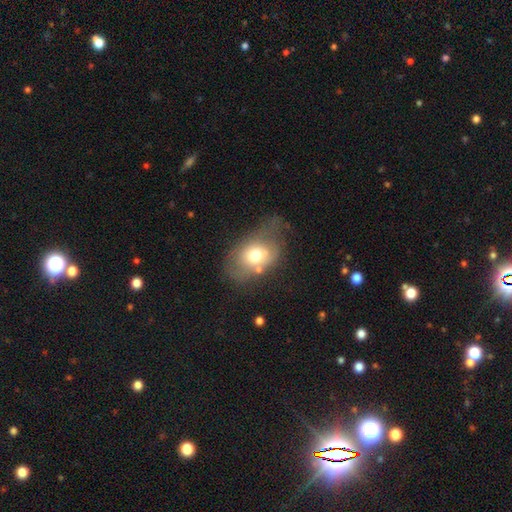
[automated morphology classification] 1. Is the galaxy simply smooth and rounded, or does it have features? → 62% smooth, 29% featured or disk, 9% star or artifact.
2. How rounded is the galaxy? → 76% in between, 23% round, 1% cigar-shaped.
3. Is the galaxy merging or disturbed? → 41% none, 30% minor disturbance, 22% major disturbance, 7% merger.